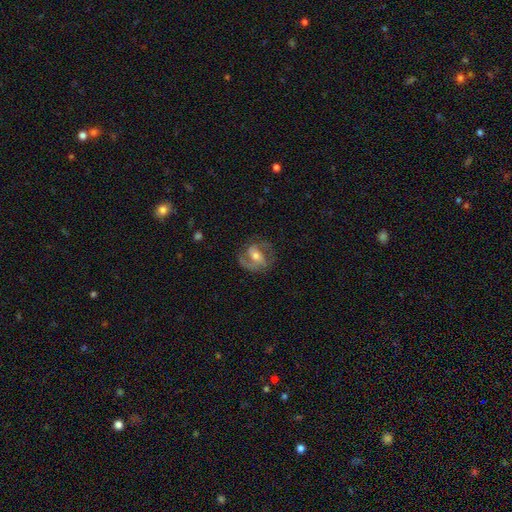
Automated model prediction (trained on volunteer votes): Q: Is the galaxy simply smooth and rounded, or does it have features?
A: featured or disk — 78%.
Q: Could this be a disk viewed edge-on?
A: no — 96%.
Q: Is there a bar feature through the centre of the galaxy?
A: weak — 40%.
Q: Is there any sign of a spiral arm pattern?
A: yes — 91%.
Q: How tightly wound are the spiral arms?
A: medium — 53%.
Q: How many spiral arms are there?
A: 2 — 82%.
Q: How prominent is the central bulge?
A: moderate — 60%.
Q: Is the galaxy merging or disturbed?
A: none — 70%.